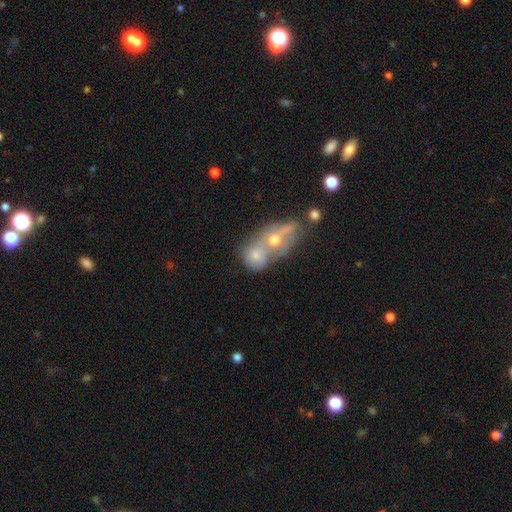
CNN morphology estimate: smooth_or_featured: smooth (p=0.56) [alt: featured or disk p=0.33]
how_rounded: in between (p=0.49) [alt: round p=0.48]
merging: merger (p=0.71) [alt: none p=0.16]